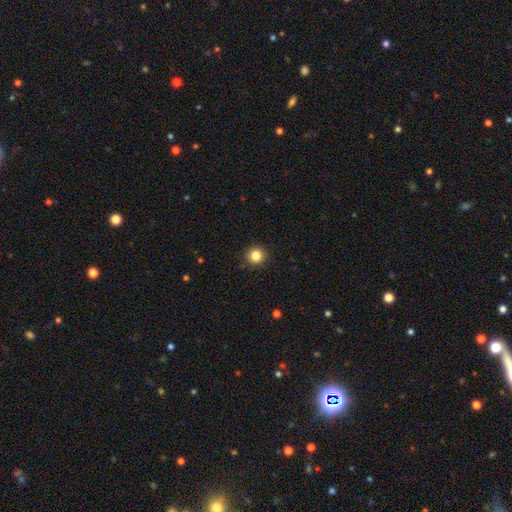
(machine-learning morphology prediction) Smooth or featured? Predicted: smooth (p=0.84). How rounded? Predicted: round (p=0.94). Merging? Predicted: none (p=0.90).